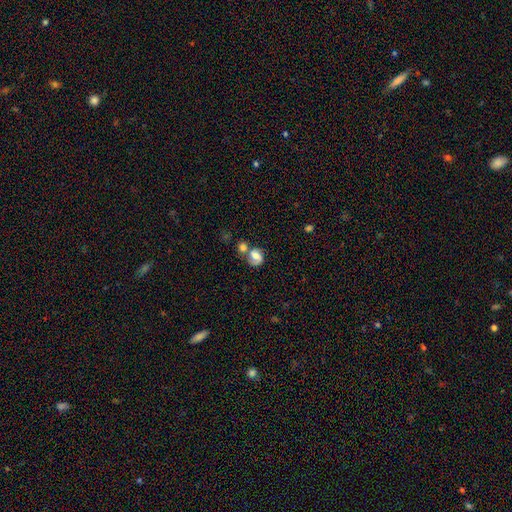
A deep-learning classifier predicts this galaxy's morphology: This is possibly a featured or disk galaxy (52%). It is clearly not viewed edge-on (97%). Bar: possibly no (46%). Spiral arm pattern: clearly yes (81%). Central bulge: possibly moderate (49%). Merging: marginally none (39%).